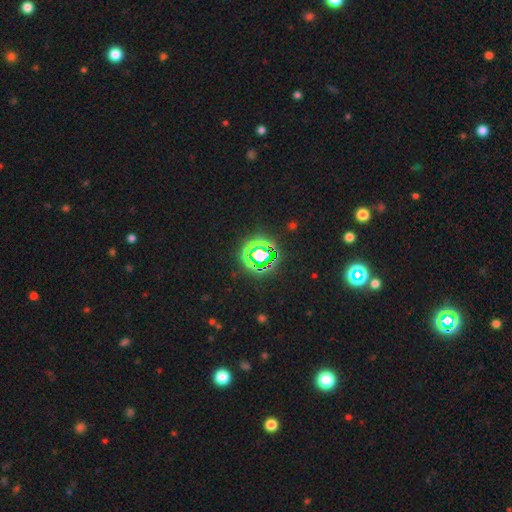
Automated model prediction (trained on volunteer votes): A star or artifact, not a galaxy (72%).

Vote fractions:
- Smooth or featured? star or artifact: 72% / smooth: 17% / featured or disk: 11%